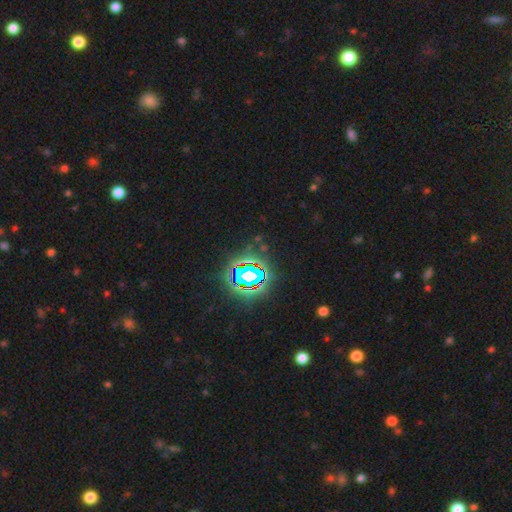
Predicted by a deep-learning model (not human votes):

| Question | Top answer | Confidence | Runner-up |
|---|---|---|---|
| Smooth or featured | star or artifact | 83% | smooth (11%) |